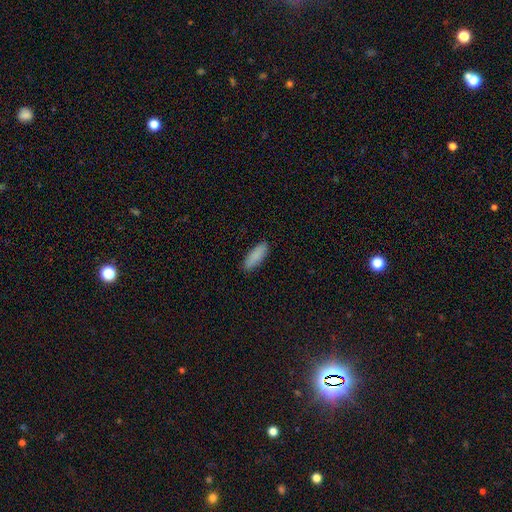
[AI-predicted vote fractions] smooth 89%, star or artifact 6%, featured or disk 5%. Down the decision tree: how rounded — in between (56%); merging — none (89%).